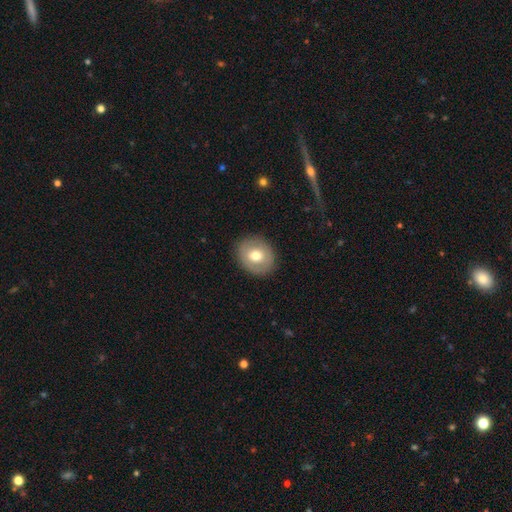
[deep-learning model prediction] This is likely a smooth galaxy (66%). How rounded: likely round (65%). Merging: clearly none (87%).